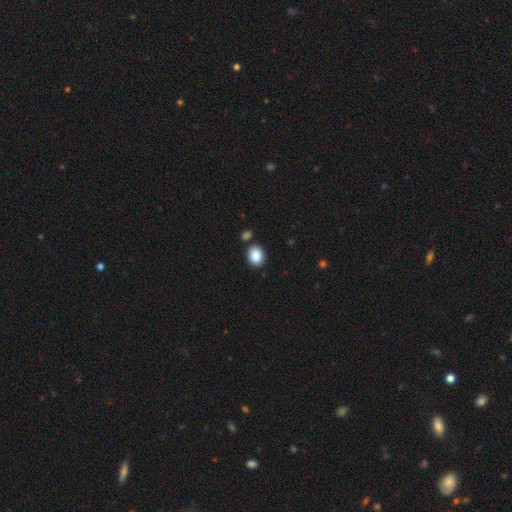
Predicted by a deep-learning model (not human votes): Q: Smooth or featured?
A: smooth (88%); runner-up: star or artifact (8%)
Q: How rounded?
A: round (54%); runner-up: in between (45%)
Q: Merging?
A: none (82%); runner-up: minor disturbance (10%)